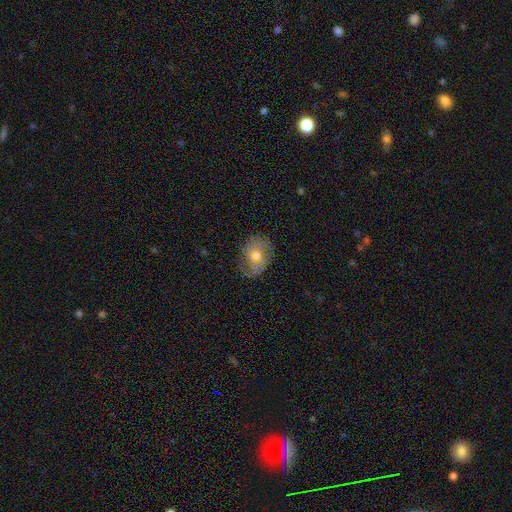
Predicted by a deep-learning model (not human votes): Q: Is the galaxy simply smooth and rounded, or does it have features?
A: featured or disk — 51%.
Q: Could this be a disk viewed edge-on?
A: no — 95%.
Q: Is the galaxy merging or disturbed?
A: none — 66%.